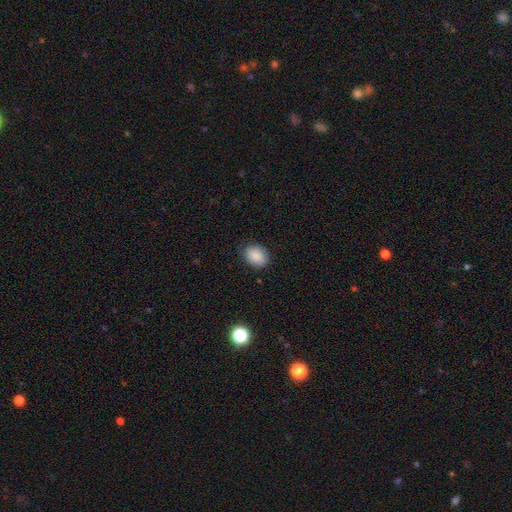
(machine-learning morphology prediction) Smooth or featured: smooth — 89% (star or artifact — 8%)
How rounded: in between — 63% (round — 36%)
Merging: none — 82% (minor disturbance — 14%)